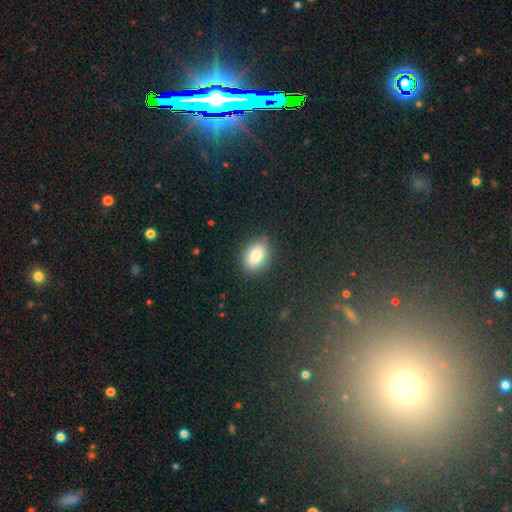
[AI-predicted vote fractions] smooth-or-featured: smooth: 84% | star or artifact: 8% | featured or disk: 7%
  how-rounded: in between: 85% | round: 13% | cigar-shaped: 2%
  merging: none: 83% | minor disturbance: 13% | major disturbance: 3% | merger: 1%